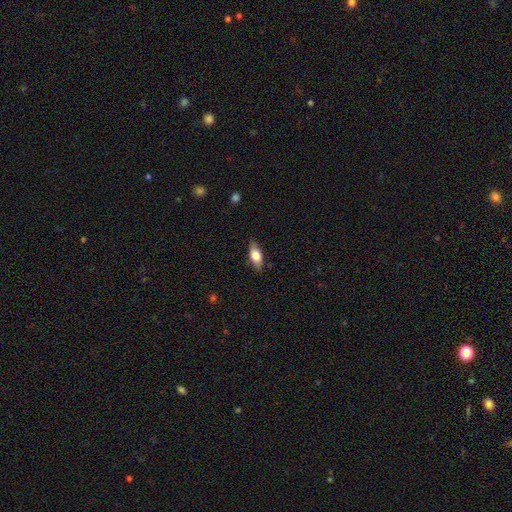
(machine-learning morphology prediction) Overall: smooth (71%). How rounded: in between (81%). Merging: none (83%).